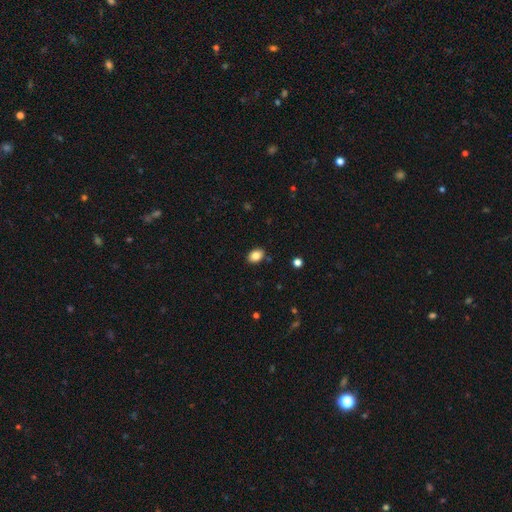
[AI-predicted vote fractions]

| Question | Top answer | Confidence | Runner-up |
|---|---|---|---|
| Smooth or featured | smooth | 84% | star or artifact (9%) |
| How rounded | in between | 76% | round (23%) |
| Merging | none | 86% | minor disturbance (10%) |